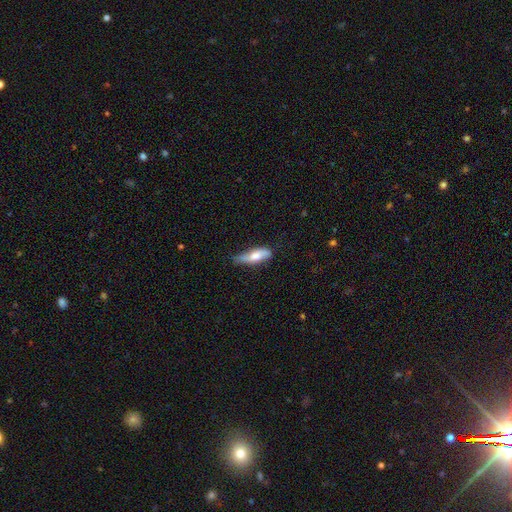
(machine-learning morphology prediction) Q: Smooth or featured?
A: smooth (63%); runner-up: featured or disk (31%)
Q: How rounded?
A: cigar-shaped (52%); runner-up: in between (46%)
Q: Merging?
A: none (58%); runner-up: minor disturbance (32%)